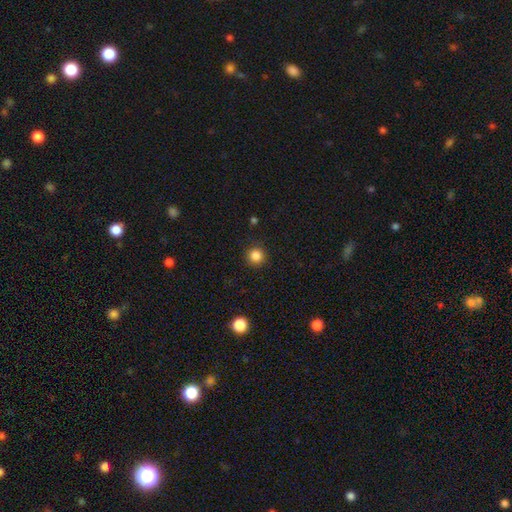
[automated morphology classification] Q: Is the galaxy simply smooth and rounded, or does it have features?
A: smooth — 85%.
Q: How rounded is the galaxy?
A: round — 95%.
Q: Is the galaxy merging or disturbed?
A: none — 91%.